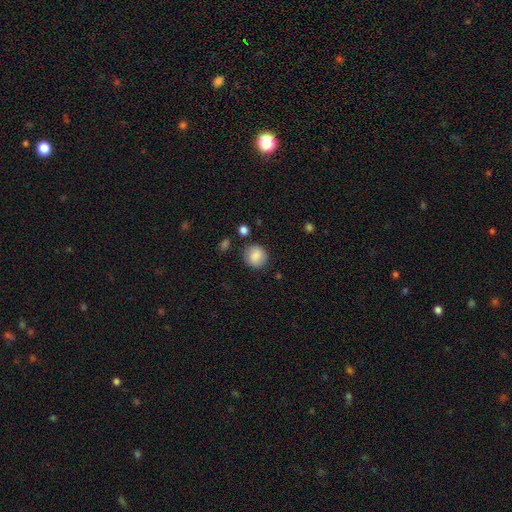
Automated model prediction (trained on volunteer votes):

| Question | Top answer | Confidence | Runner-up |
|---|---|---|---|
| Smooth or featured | smooth | 86% | star or artifact (8%) |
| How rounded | round | 87% | in between (12%) |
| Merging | none | 83% | minor disturbance (11%) |